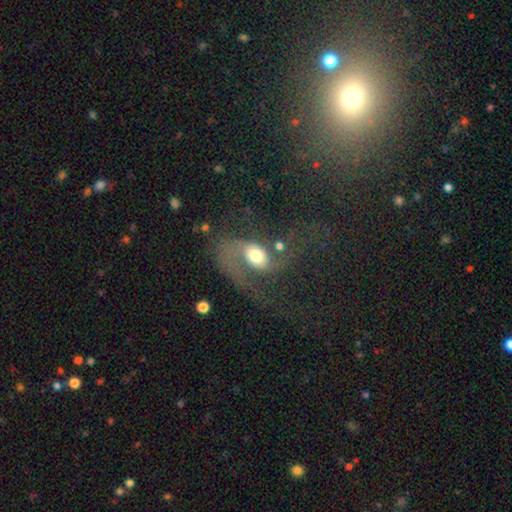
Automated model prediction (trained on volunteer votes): smooth-or-featured: featured or disk: 64% | smooth: 25% | star or artifact: 10%
  disk-edge-on: no: 96% | yes: 4%
    bar: no: 65% | weak: 27% | strong: 9%
    has-spiral-arms: yes: 82% | no: 18%
      spiral-winding: loose: 61% | medium: 31% | tight: 8%
      spiral-arm-count: 2: 64% | 1: 23% | can't tell: 7% | 3: 3% | 4: 2% | more than 4: 2%
    bulge-size: moderate: 56% | large: 25% | small: 13% | dominant: 5% | none: 2%
  merging: major disturbance: 45% | none: 31% | minor disturbance: 15% | merger: 9%